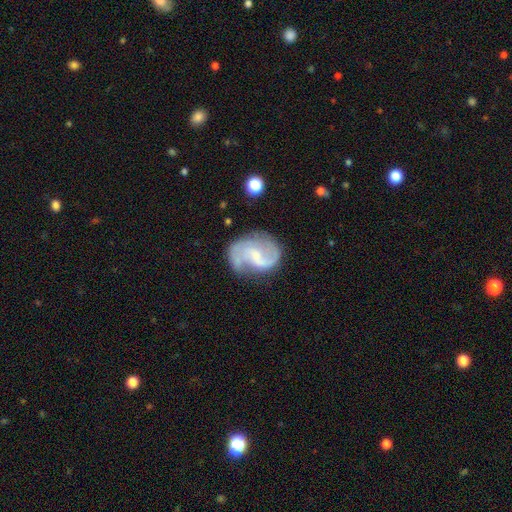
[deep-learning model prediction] This appears to be a featured or disk galaxy (84%) with a weak bar (51%), 2 (83%) medium (46%) spiral arms (95%) and a small central bulge (53%). Merging: none (63%).